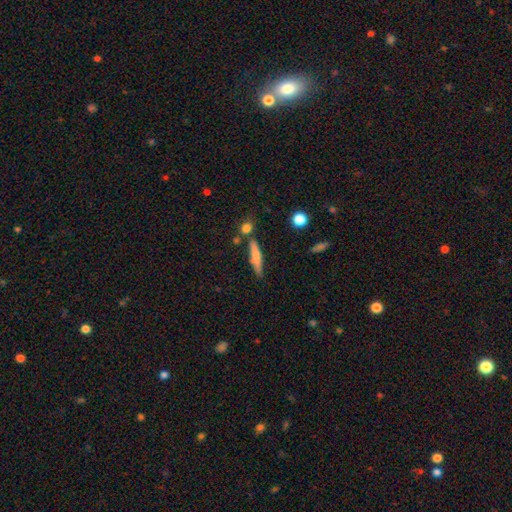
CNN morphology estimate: Smooth or featured? smooth (68%)
How rounded? cigar-shaped (85%)
Merging? none (68%)